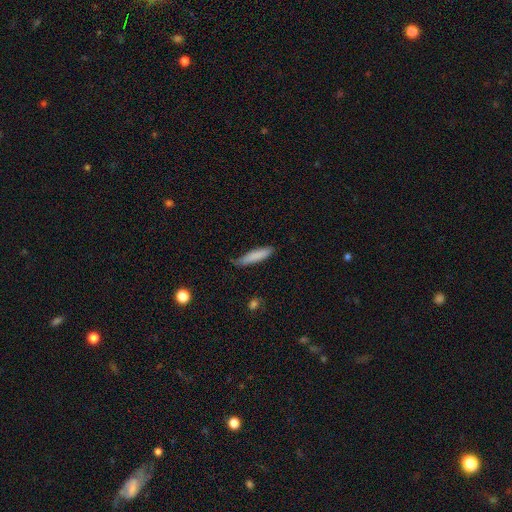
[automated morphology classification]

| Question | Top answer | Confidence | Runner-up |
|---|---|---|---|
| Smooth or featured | smooth | 83% | featured or disk (11%) |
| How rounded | cigar-shaped | 82% | in between (17%) |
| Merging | none | 69% | minor disturbance (25%) |